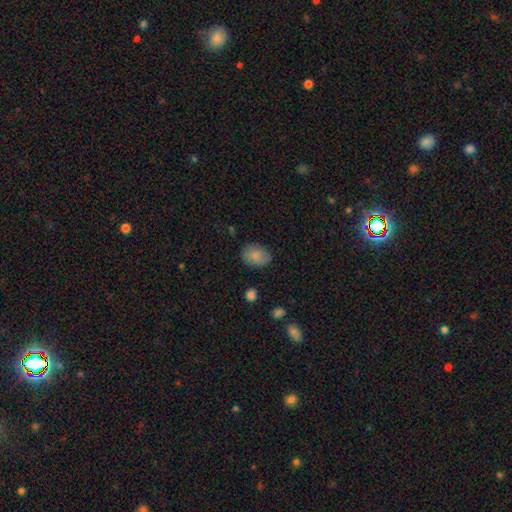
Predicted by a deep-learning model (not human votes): Morphology: type=smooth (84%); roundness=in between (72%); merging=none (80%).